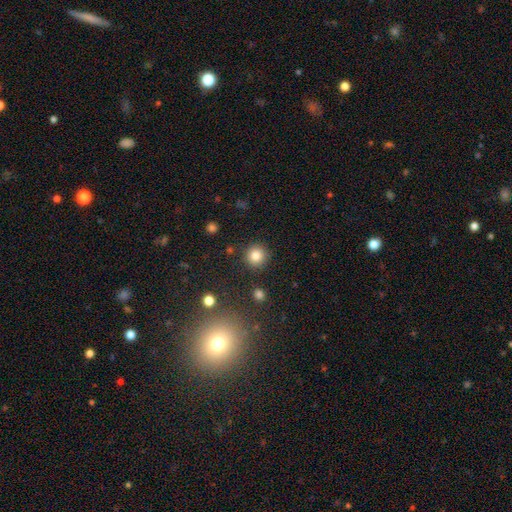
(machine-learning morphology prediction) Smooth or featured? smooth (83%)
How rounded? round (93%)
Merging? none (89%)